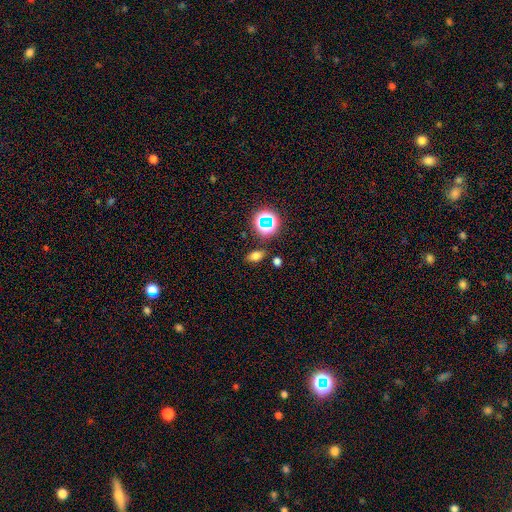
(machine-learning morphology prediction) type=smooth (69%); roundness=in between (82%); merging=none (82%).